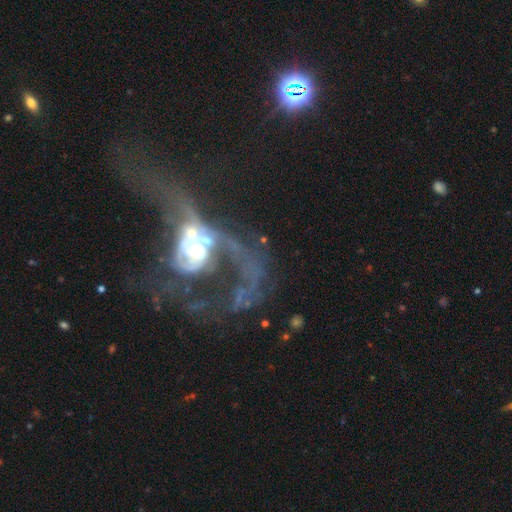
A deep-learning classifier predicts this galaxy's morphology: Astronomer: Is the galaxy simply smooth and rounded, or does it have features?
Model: featured or disk — 72%.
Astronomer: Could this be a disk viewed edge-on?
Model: no — 95%.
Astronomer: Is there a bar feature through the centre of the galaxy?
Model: no — 69%.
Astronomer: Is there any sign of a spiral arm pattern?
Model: yes — 60% (runner-up: no, 40%).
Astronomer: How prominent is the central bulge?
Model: moderate — 51%.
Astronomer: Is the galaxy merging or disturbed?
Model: merger — 53% (runner-up: major disturbance, 32%).